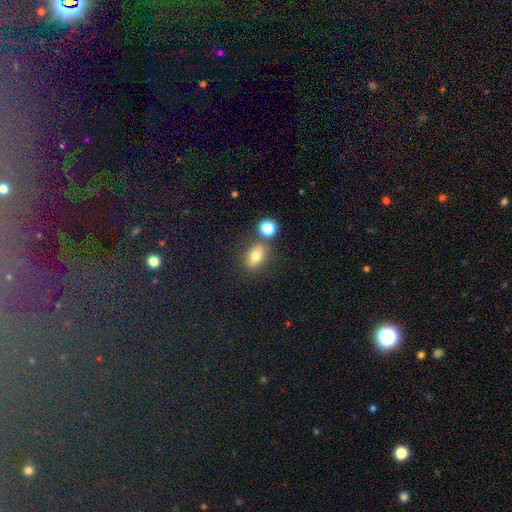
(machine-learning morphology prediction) A smooth galaxy with no disk features (75%) that is in between round and cigar-shaped (70%). Merging: none (69%).